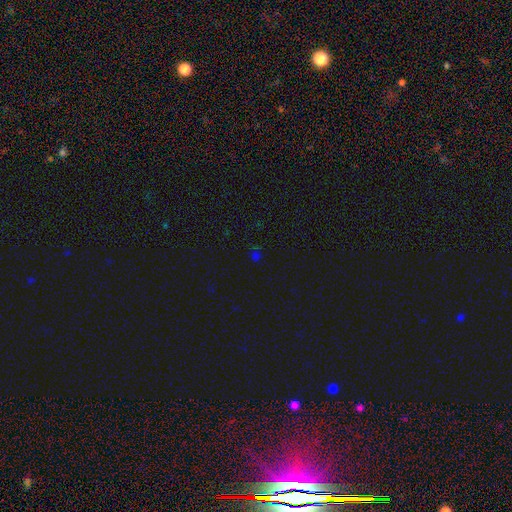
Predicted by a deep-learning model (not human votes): This appears to be a star or artifact, not a galaxy (50%).